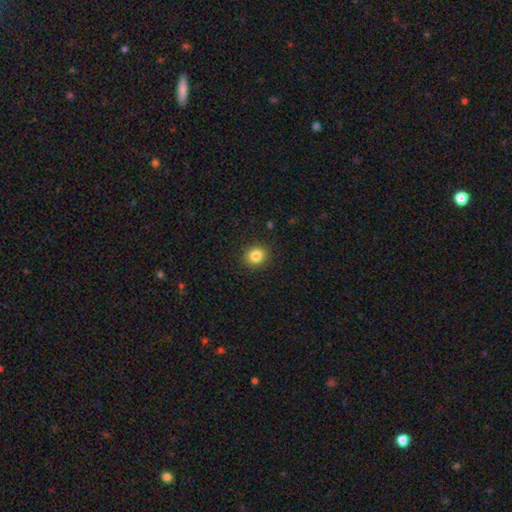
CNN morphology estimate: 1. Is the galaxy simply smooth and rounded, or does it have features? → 85% smooth, 10% star or artifact, 5% featured or disk.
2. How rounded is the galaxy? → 81% round, 18% in between, 1% cigar-shaped.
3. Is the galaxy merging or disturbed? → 90% none, 7% minor disturbance, 2% major disturbance, 1% merger.